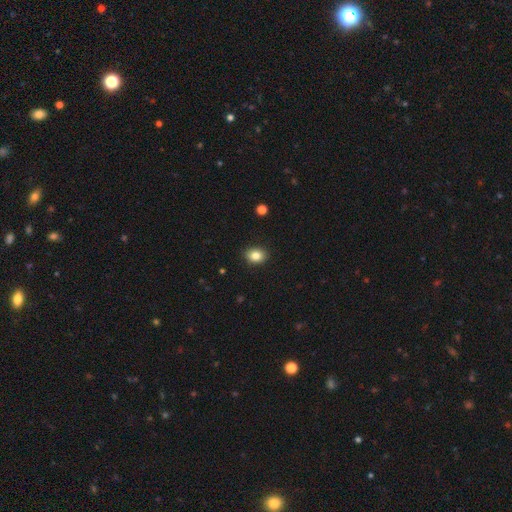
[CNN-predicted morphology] type=smooth (85%); roundness=in between (58%); merging=none (89%).